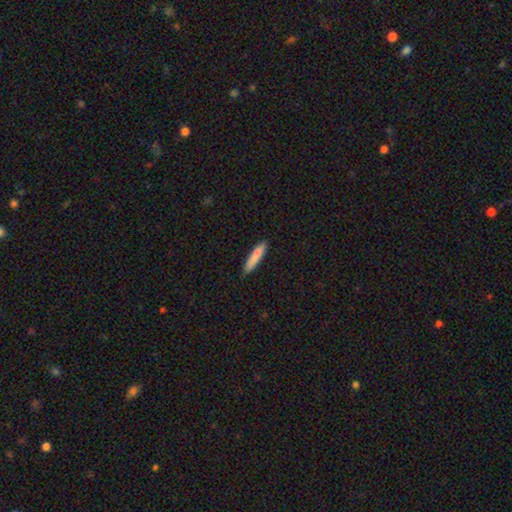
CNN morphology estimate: Smooth or featured? Predicted: smooth (p=0.82). How rounded? Predicted: cigar-shaped (p=0.86). Merging? Predicted: none (p=0.83).